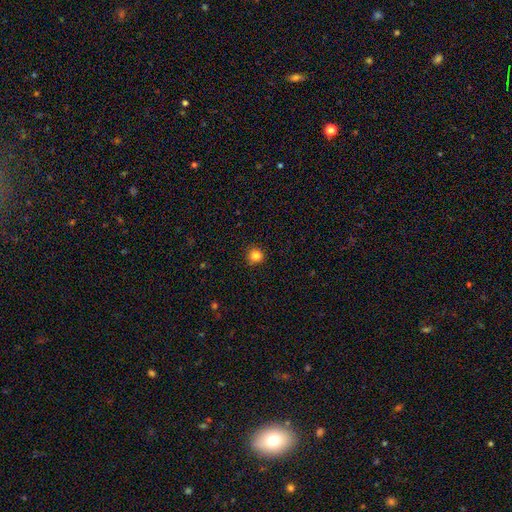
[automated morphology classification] Smooth or featured: smooth — 84% (star or artifact — 12%)
How rounded: round — 94% (in between — 5%)
Merging: none — 92% (minor disturbance — 6%)